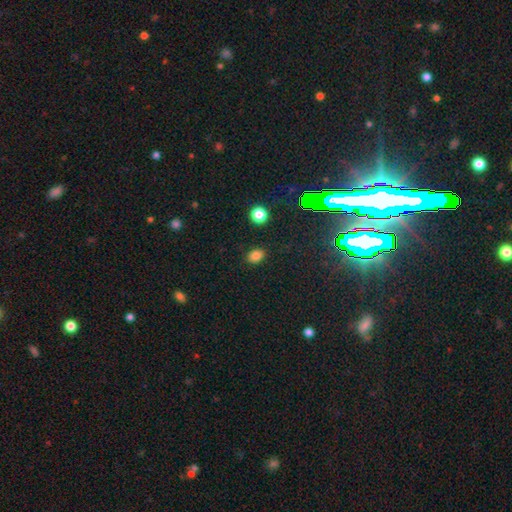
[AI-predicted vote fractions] A smooth galaxy with no disk features (82%) that is in between round and cigar-shaped (72%). Merging: none (87%).